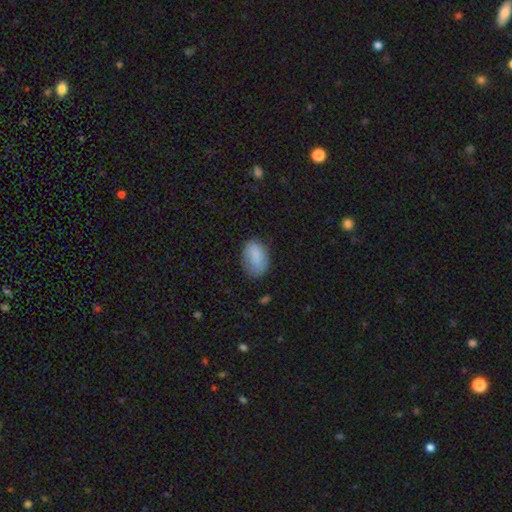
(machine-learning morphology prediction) The model was most divided on "merging": none: 73%, minor disturbance: 20%, major disturbance: 5%, merger: 1%. More confident: how rounded — in between (88%); smooth or featured — smooth (83%).